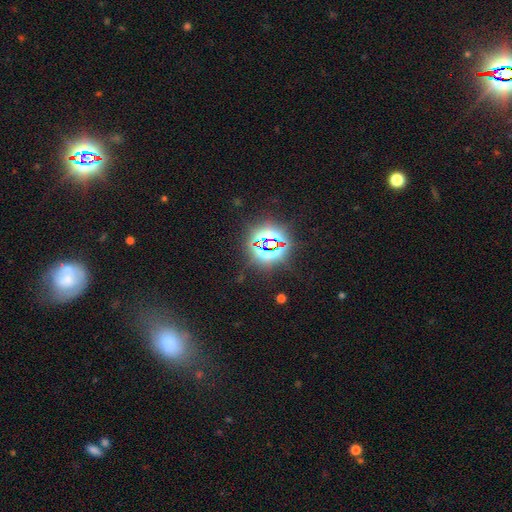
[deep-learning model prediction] Overall: star or artifact (78%).